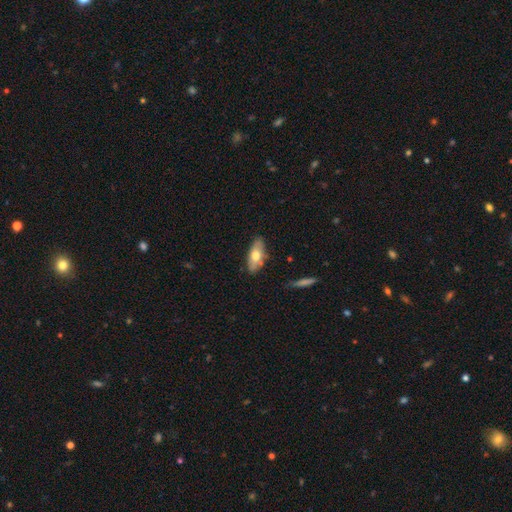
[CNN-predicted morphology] smooth-or-featured: smooth: 62% | featured or disk: 32% | star or artifact: 6%
  how-rounded: in between: 83% | cigar-shaped: 15% | round: 3%
  merging: none: 77% | minor disturbance: 17% | major disturbance: 3% | merger: 3%